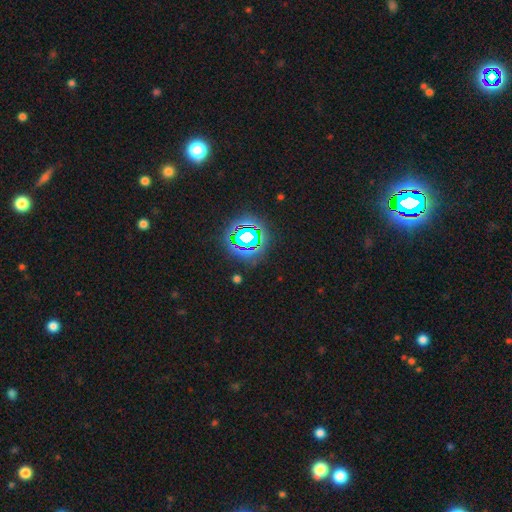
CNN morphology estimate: This is clearly a star or artifact rather than a galaxy (83%).